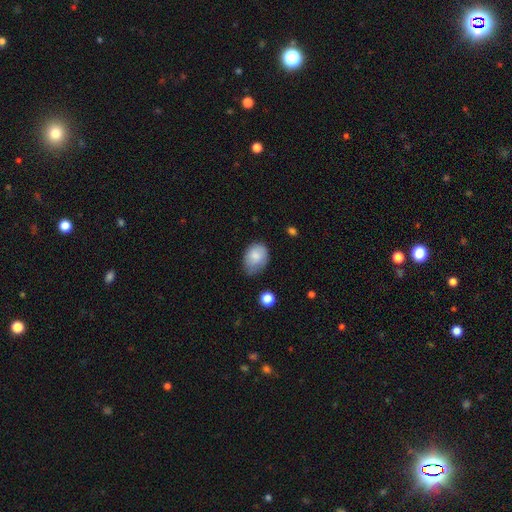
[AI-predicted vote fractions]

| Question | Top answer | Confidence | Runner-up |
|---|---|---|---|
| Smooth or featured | smooth | 80% | featured or disk (12%) |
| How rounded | in between | 74% | round (25%) |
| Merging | none | 51% | minor disturbance (37%) |